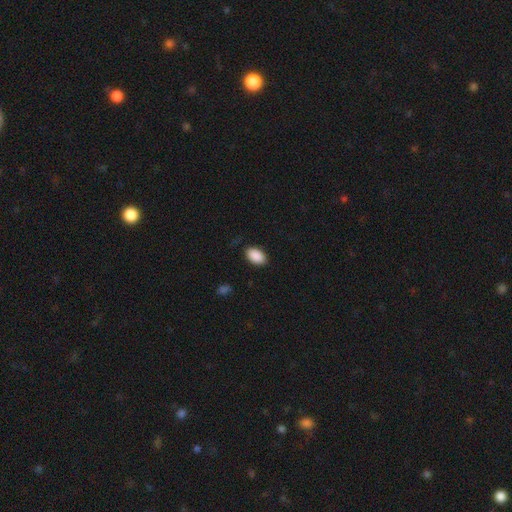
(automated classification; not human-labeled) Morphology: type=smooth (90%); roundness=in between (92%); merging=none (86%).